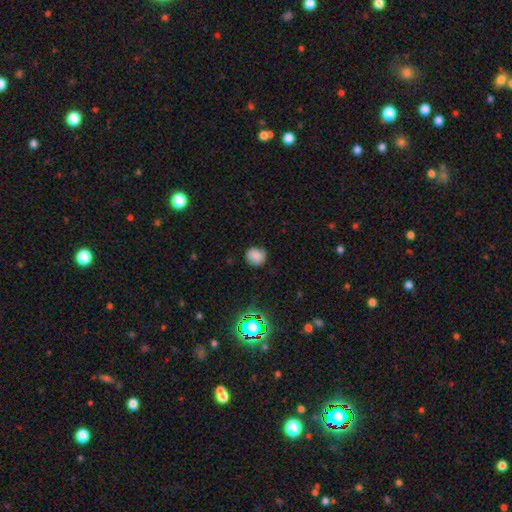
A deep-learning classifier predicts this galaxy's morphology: smooth 79%, star or artifact 13%, featured or disk 7%. Down the decision tree: how rounded — round (85%); merging — none (83%).